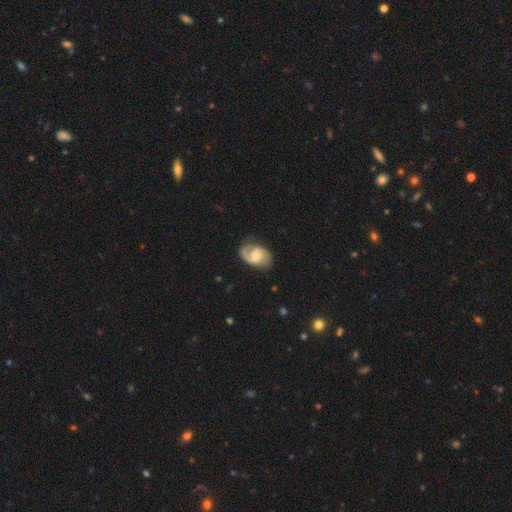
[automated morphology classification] A featured or disk galaxy (83%) with no bar (52%), 2 (87%) medium (52%) spiral arms (96%) and a small central bulge (41%, tied with moderate). Merging: none (76%).